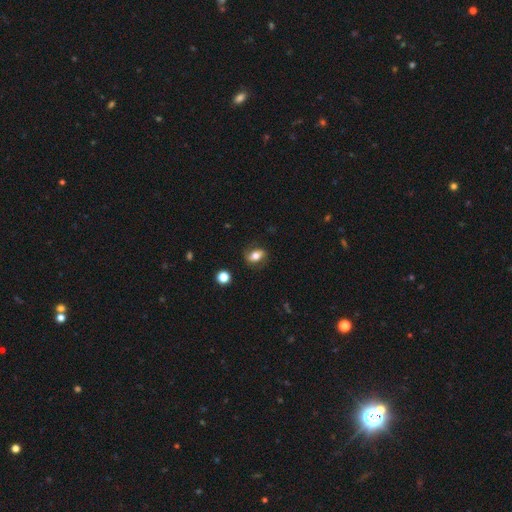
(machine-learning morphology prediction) Smooth or featured?
  - smooth: 58% *
  - featured or disk: 32%
  - star or artifact: 10%
How rounded?
  - in between: 77% *
  - round: 20%
  - cigar-shaped: 4%
Merging?
  - none: 76% *
  - minor disturbance: 17%
  - major disturbance: 6%
  - merger: 2%